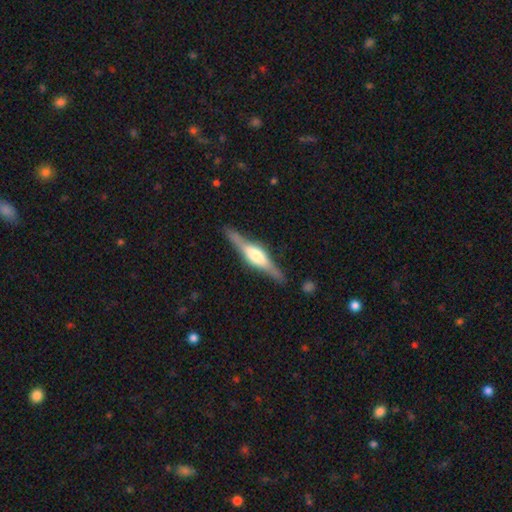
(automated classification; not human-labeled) smooth-or-featured: featured or disk: 75% | smooth: 20% | star or artifact: 5%
  disk-edge-on: yes: 97% | no: 3%
    edge-on-bulge: rounded: 76% | boxy: 21% | none: 4%
  merging: none: 85% | minor disturbance: 11% | major disturbance: 3% | merger: 2%